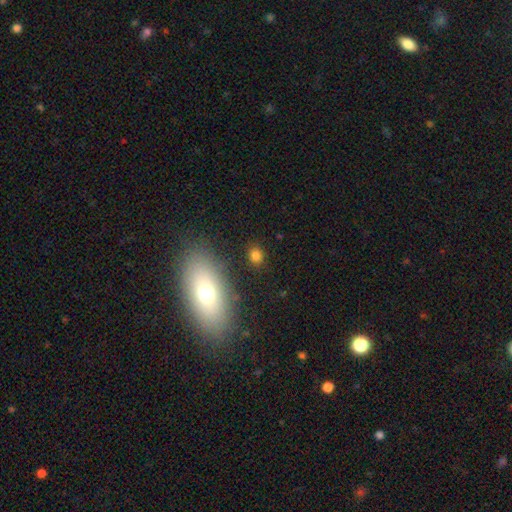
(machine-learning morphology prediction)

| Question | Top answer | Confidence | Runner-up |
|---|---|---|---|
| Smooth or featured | smooth | 78% | star or artifact (15%) |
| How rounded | round | 66% | in between (32%) |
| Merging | none | 85% | minor disturbance (8%) |